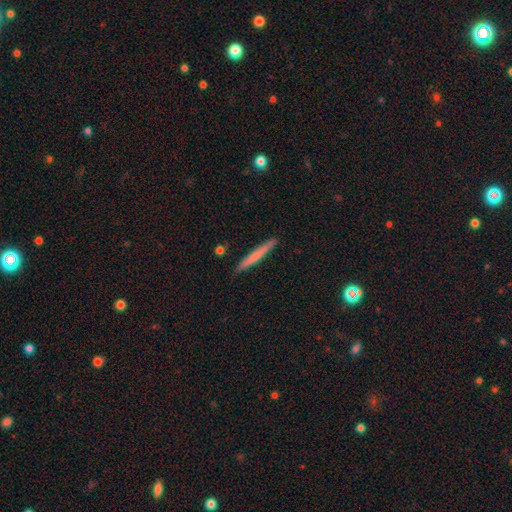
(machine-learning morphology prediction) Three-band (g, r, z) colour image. It shows a smooth galaxy with no disk features (63%) that is cigar-shaped (97%). Merging: none (92%).